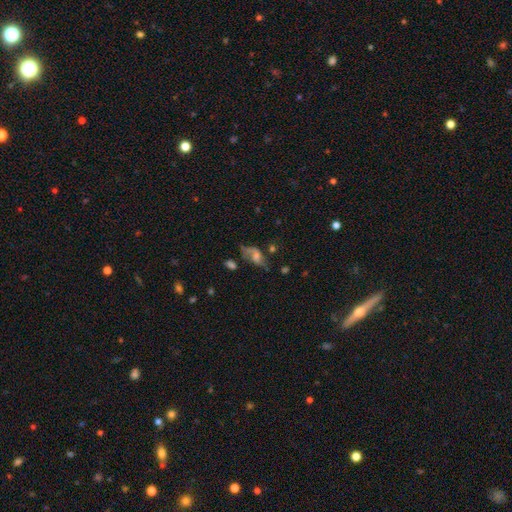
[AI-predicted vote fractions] The model was most divided on "smooth or featured": featured or disk: 44%, smooth: 41%, star or artifact: 16%. Remaining: merging — major disturbance (37%).